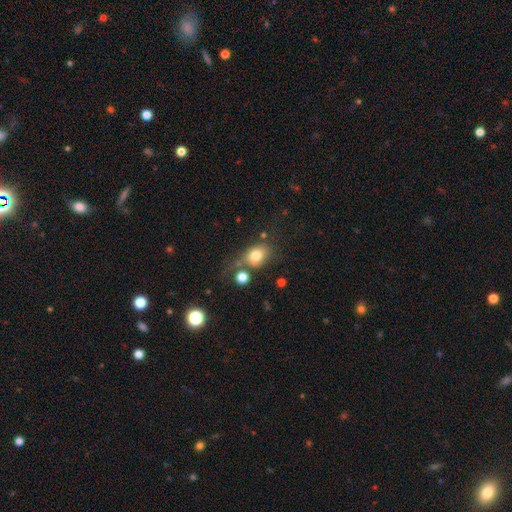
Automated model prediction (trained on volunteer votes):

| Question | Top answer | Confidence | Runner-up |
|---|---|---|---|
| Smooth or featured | smooth | 75% | featured or disk (13%) |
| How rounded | in between | 58% | round (40%) |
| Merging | none | 52% | minor disturbance (20%) |